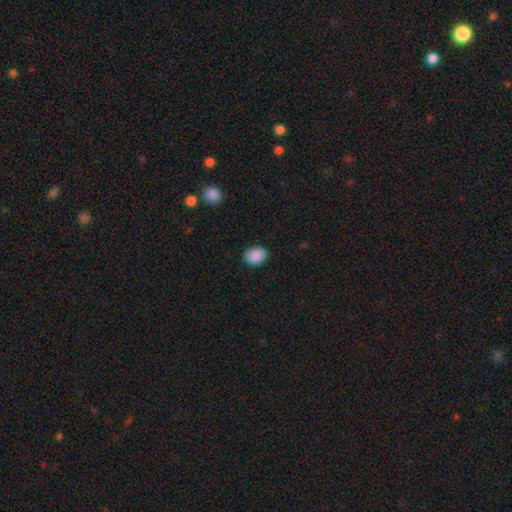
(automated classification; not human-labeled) smooth 90%, star or artifact 7%, featured or disk 3%. Down the decision tree: how rounded — in between (55%); merging — none (87%).